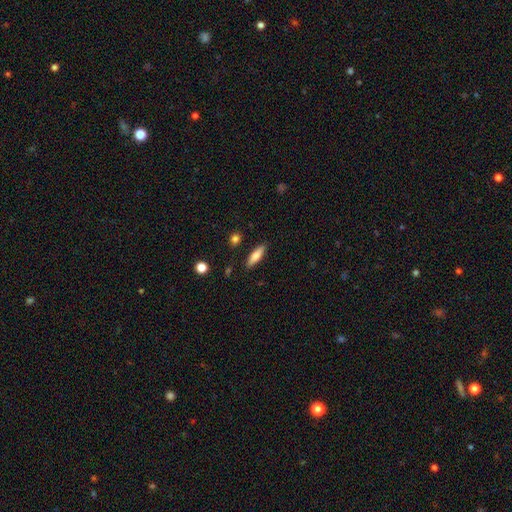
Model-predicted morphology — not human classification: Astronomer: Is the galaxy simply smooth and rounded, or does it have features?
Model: smooth — 73%.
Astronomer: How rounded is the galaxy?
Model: cigar-shaped — 62%.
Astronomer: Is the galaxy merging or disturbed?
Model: none — 87%.